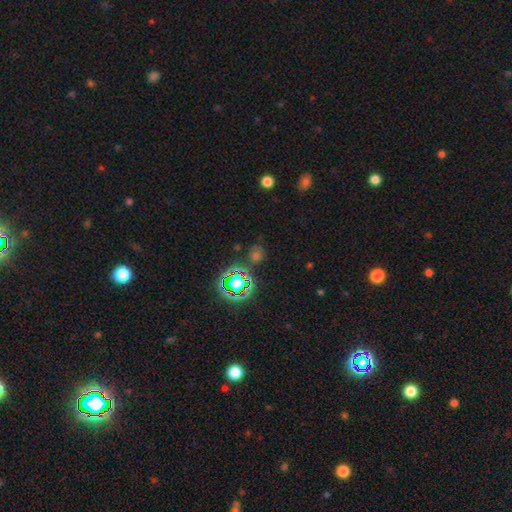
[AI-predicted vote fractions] smooth-or-featured: star or artifact: 56% | smooth: 34% | featured or disk: 10%